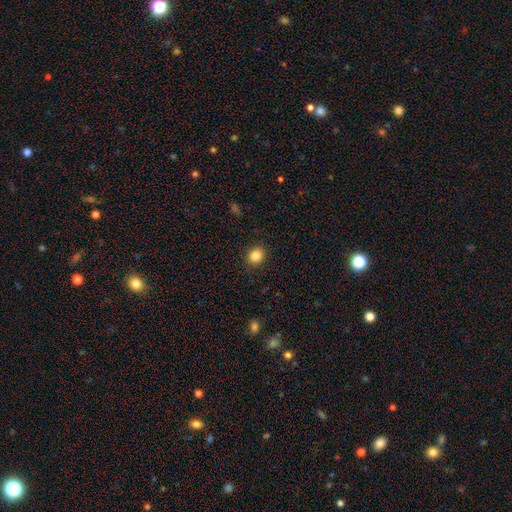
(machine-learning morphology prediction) smooth 85%, star or artifact 11%, featured or disk 4%. Down the decision tree: how rounded — round (78%); merging — none (90%).